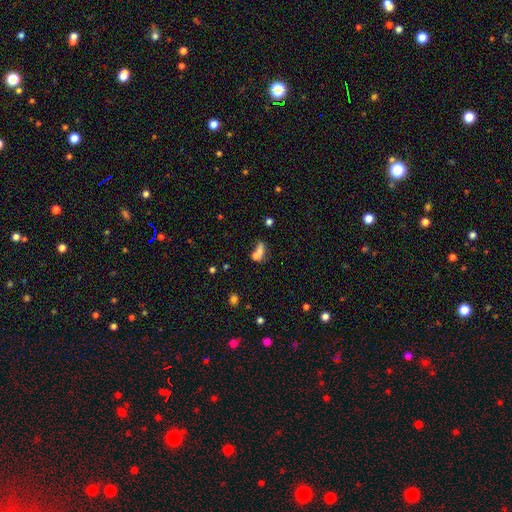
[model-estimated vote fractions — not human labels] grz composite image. It shows a smooth galaxy with no disk features (59%) that is in between round and cigar-shaped (55%). Merging: merger (44%).